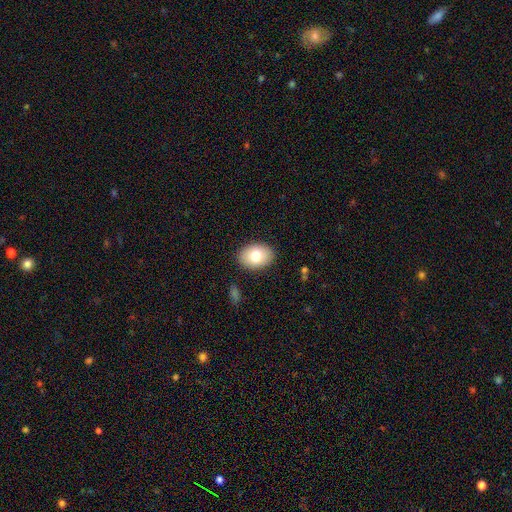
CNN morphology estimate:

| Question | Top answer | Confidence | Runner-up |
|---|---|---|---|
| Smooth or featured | smooth | 79% | featured or disk (14%) |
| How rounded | in between | 79% | round (20%) |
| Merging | none | 88% | minor disturbance (8%) |